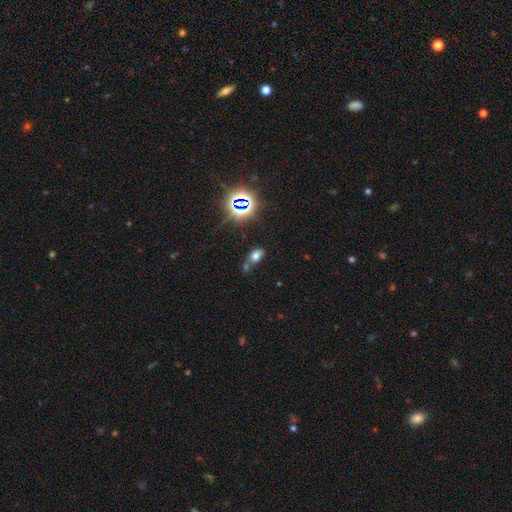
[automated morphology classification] A smooth galaxy with no disk features (64%) that is in between round and cigar-shaped (82%).

Vote fractions:
- Smooth or featured? smooth: 64% / star or artifact: 25% / featured or disk: 11%
- How rounded? in between: 82% / round: 16% / cigar-shaped: 3%
- Merging? none: 51% / merger: 28% / minor disturbance: 15% / major disturbance: 6%